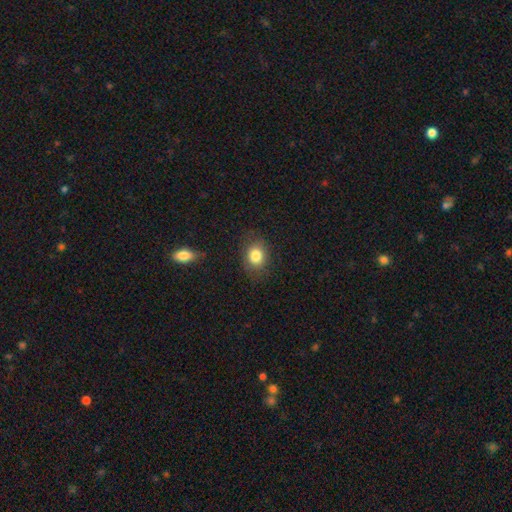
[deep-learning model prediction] Overall: smooth (82%). How rounded: round (51%; in between 48%). Merging: none (80%).